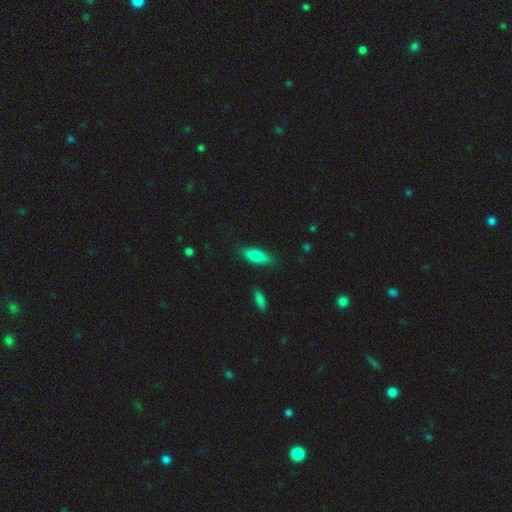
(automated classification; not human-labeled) This appears to be a smooth galaxy with no disk features (80%) that is in between round and cigar-shaped (63%). Merging: none (83%).